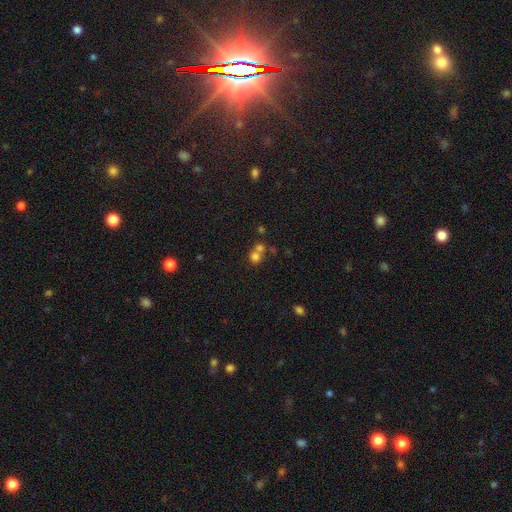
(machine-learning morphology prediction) This appears to be a smooth galaxy with no disk features (71%) that is round (83%). Merging: merger (50%).